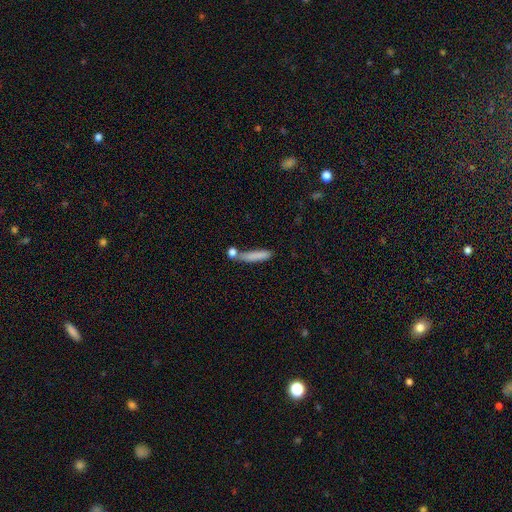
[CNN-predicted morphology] smooth 79%, featured or disk 14%, star or artifact 8%. Down the decision tree: how rounded — cigar-shaped (85%); merging — none (57%).